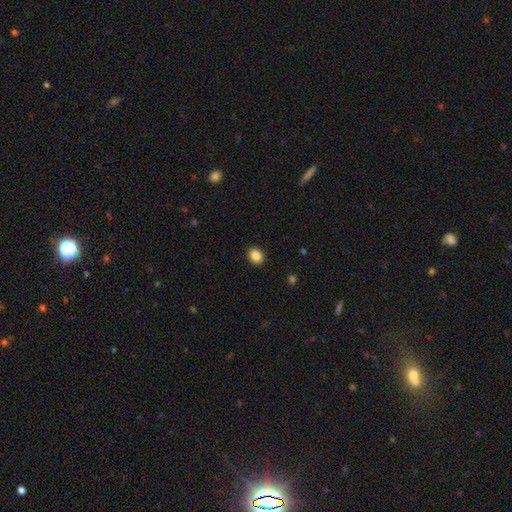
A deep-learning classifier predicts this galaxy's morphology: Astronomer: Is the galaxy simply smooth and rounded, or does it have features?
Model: smooth — 86%.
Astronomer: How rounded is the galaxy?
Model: in between — 52% (runner-up: round, 47%).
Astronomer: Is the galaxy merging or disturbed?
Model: none — 91%.